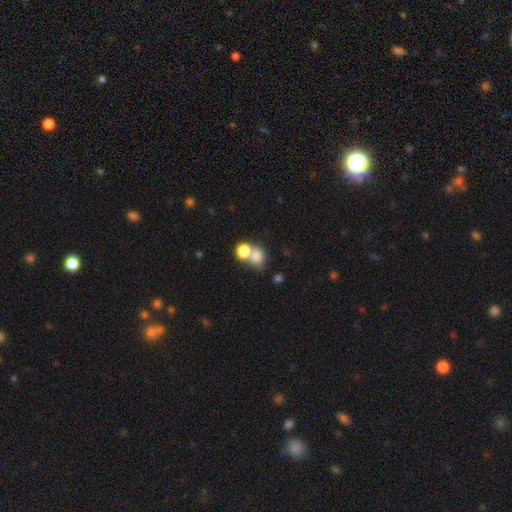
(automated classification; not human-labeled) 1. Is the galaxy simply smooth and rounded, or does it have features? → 78% smooth, 12% star or artifact, 10% featured or disk.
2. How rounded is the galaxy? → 66% round, 33% in between, 1% cigar-shaped.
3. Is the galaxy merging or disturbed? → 51% merger, 36% none, 8% minor disturbance, 5% major disturbance.